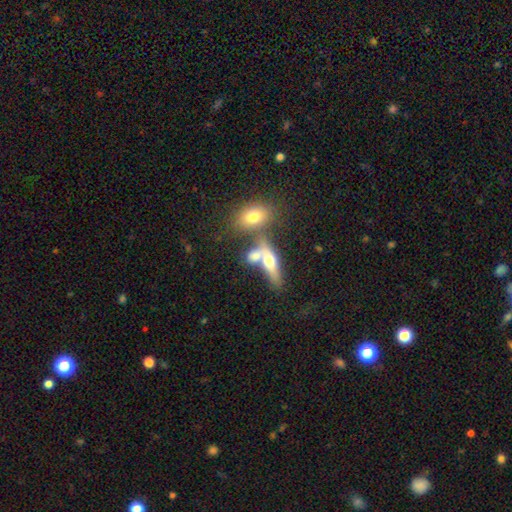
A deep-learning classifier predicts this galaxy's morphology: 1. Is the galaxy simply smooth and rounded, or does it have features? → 57% smooth, 33% featured or disk, 10% star or artifact.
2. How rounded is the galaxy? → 57% in between, 27% cigar-shaped, 16% round.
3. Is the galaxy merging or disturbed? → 51% merger, 32% none, 10% minor disturbance, 7% major disturbance.